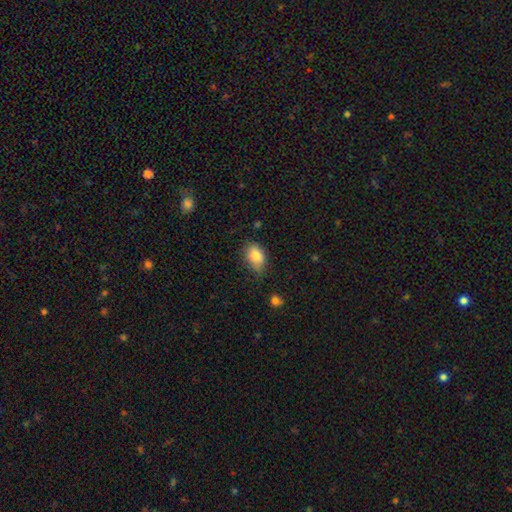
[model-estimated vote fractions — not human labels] Smooth or featured?
  - smooth: 84% *
  - star or artifact: 8%
  - featured or disk: 8%
How rounded?
  - in between: 81% *
  - round: 17%
  - cigar-shaped: 1%
Merging?
  - none: 64% *
  - minor disturbance: 29%
  - major disturbance: 5%
  - merger: 2%